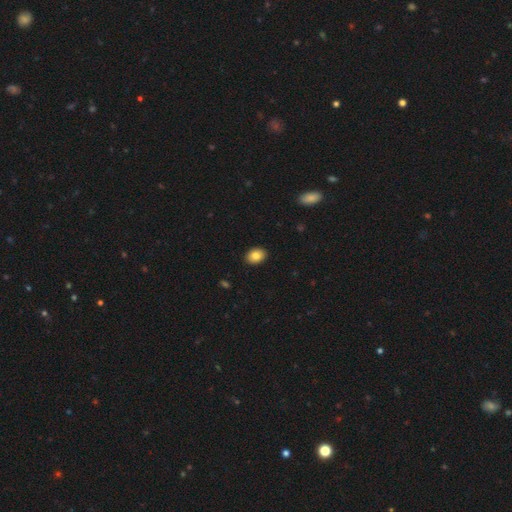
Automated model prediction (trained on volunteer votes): This appears to be a smooth galaxy with no disk features (85%) that is in between round and cigar-shaped (71%). Merging: none (90%).